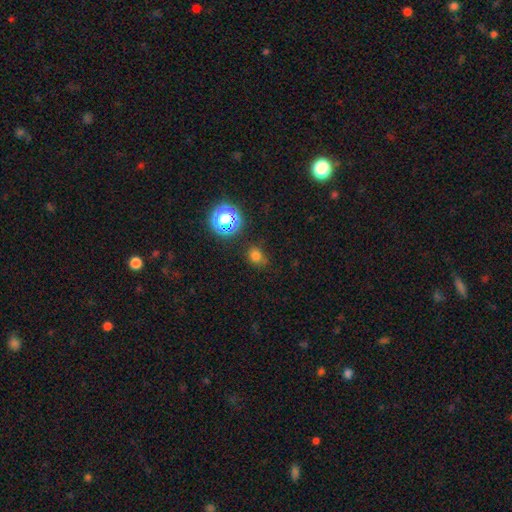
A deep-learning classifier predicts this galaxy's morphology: Smooth or featured: smooth — 70% (star or artifact — 24%)
How rounded: round — 67% (in between — 32%)
Merging: none — 72% (minor disturbance — 18%)